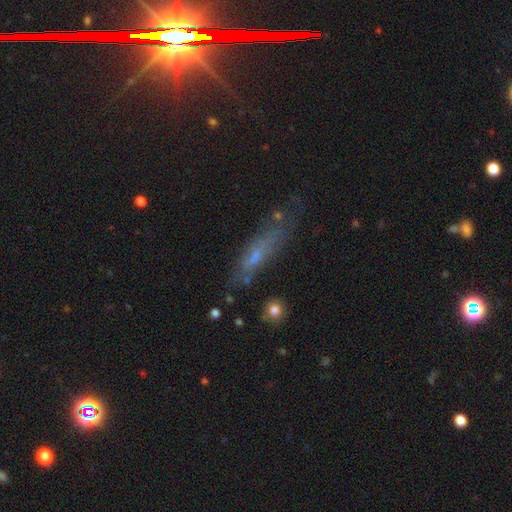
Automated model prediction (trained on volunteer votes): Smooth or featured? featured or disk (42%)
Merging? none (64%)